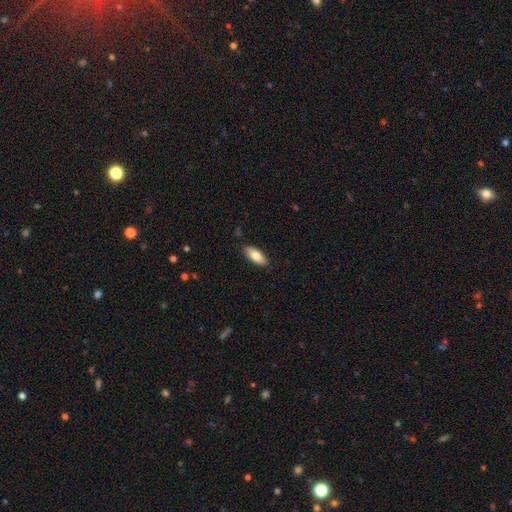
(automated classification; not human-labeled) Smooth or featured?
  - smooth: 79% *
  - featured or disk: 15%
  - star or artifact: 6%
How rounded?
  - in between: 82% *
  - cigar-shaped: 16%
  - round: 2%
Merging?
  - none: 87% *
  - minor disturbance: 10%
  - major disturbance: 2%
  - merger: 1%